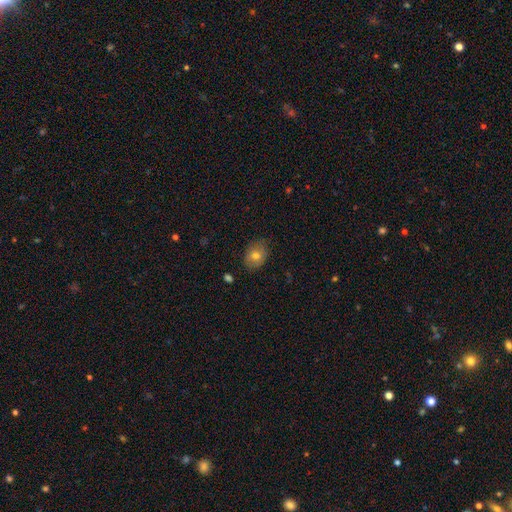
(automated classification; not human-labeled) smooth 74%, featured or disk 18%, star or artifact 9%. Down the decision tree: how rounded — in between (66%); merging — none (82%).